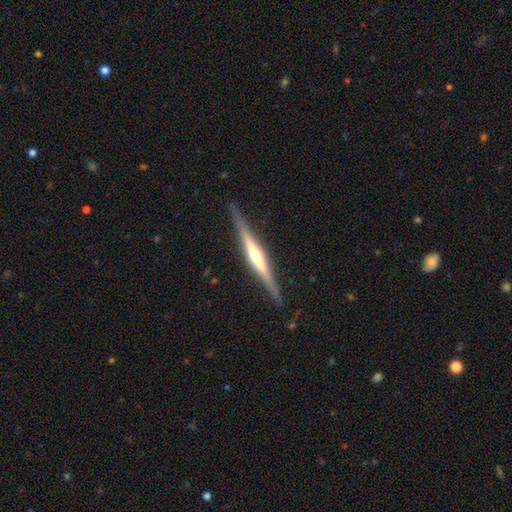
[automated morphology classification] smooth_or_featured: featured or disk (p=0.77) [alt: smooth p=0.18]
disk_edge_on: yes (p=0.98) [alt: no p=0.02]
edge_on_bulge: rounded (p=0.70) [alt: none p=0.18]
merging: none (p=0.88) [alt: minor disturbance p=0.09]